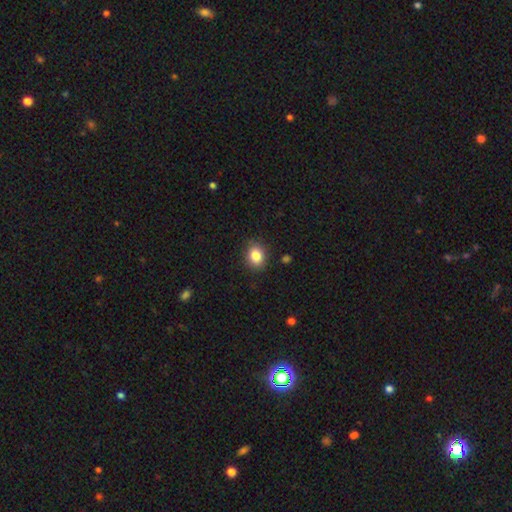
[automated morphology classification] Overall: smooth (84%). How rounded: round (51%; in between 48%). Merging: none (86%).